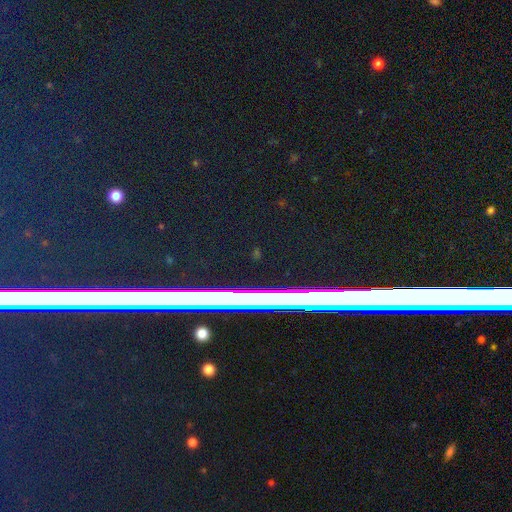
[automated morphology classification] type=star or artifact (79%).